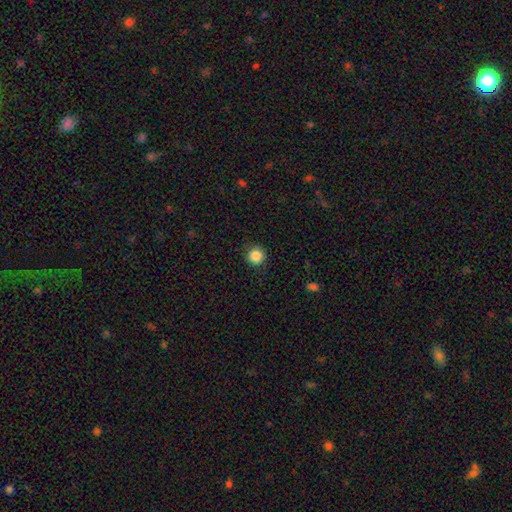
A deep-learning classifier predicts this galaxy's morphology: smooth-or-featured: smooth: 86% | star or artifact: 10% | featured or disk: 3%
  how-rounded: round: 95% | in between: 4% | cigar-shaped: 1%
  merging: none: 90% | minor disturbance: 6% | major disturbance: 2% | merger: 1%